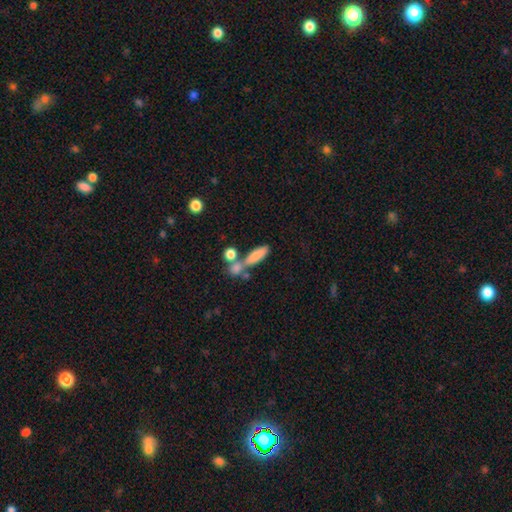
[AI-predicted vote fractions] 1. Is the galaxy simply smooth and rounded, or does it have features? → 78% smooth, 13% featured or disk, 9% star or artifact.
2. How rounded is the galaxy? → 47% cigar-shaped (tied), 47% in between (tied), 6% round.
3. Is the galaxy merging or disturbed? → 47% none, 33% merger, 12% minor disturbance, 7% major disturbance.